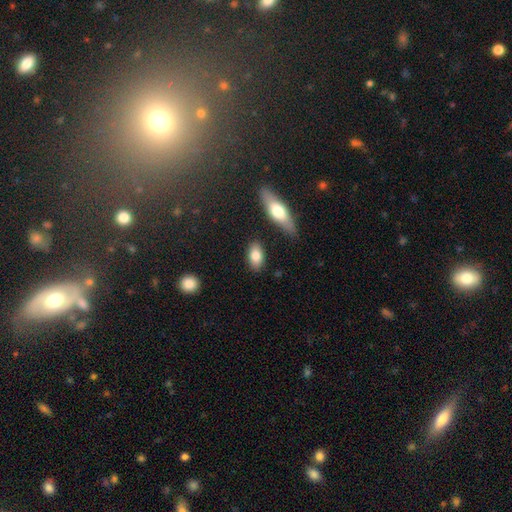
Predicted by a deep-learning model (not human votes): A smooth galaxy with no disk features (81%) that is in between round and cigar-shaped (89%).

Vote fractions:
- Smooth or featured? smooth: 81% / featured or disk: 13% / star or artifact: 6%
- How rounded? in between: 89% / cigar-shaped: 6% / round: 5%
- Merging? none: 84% / minor disturbance: 10% / merger: 3% / major disturbance: 3%